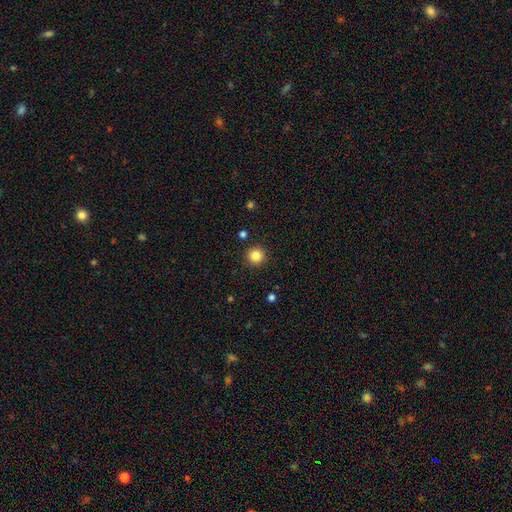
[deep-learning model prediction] A smooth galaxy with no disk features (84%) that is round (96%).

Vote fractions:
- Smooth or featured? smooth: 84% / star or artifact: 11% / featured or disk: 5%
- How rounded? round: 96% / in between: 3% / cigar-shaped: 1%
- Merging? none: 92% / minor disturbance: 5% / major disturbance: 2% / merger: 1%